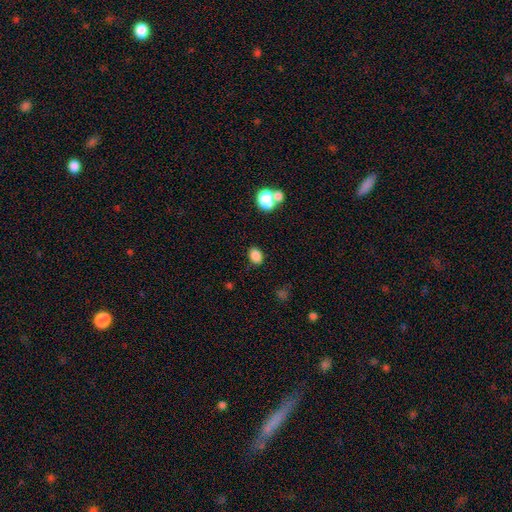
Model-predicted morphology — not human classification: smooth_or_featured: smooth (p=0.85) [alt: star or artifact p=0.11]
how_rounded: in between (p=0.70) [alt: round p=0.29]
merging: none (p=0.81) [alt: minor disturbance p=0.11]